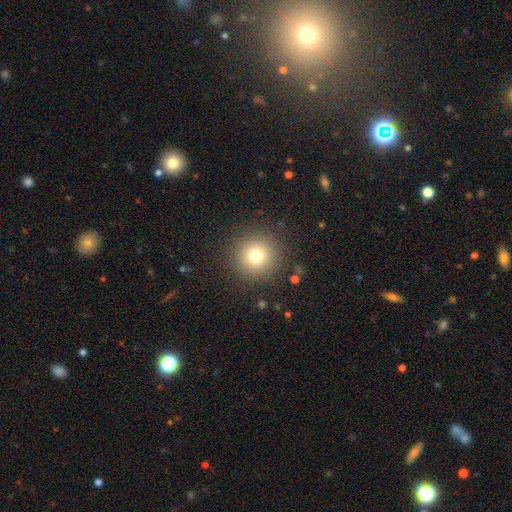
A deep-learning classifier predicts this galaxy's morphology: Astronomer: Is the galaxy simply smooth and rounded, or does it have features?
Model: smooth — 75%.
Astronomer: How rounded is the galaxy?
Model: round — 96%.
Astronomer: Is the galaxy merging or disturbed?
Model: none — 89%.